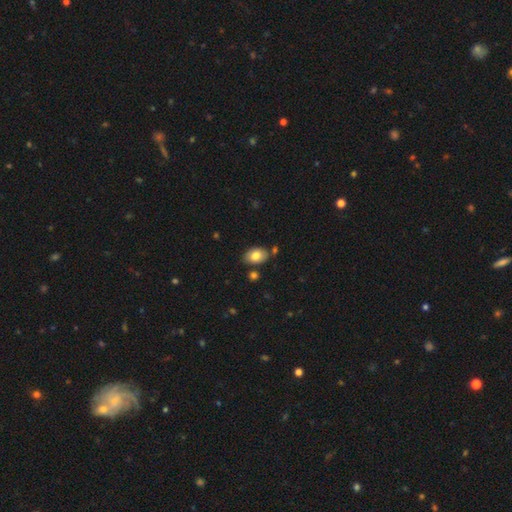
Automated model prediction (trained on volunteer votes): This appears to be a smooth galaxy with no disk features (79%) that is in between round and cigar-shaped (86%). Merging: none (76%).